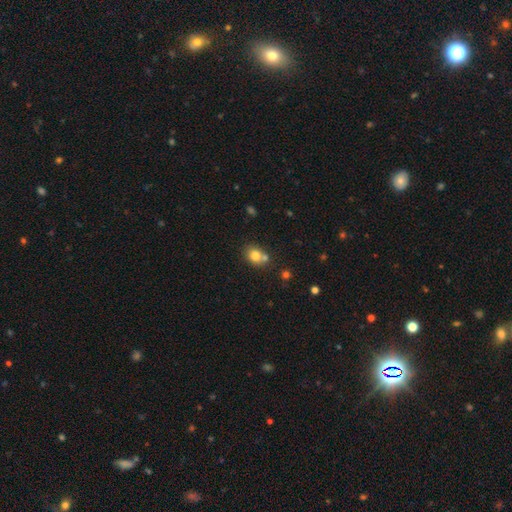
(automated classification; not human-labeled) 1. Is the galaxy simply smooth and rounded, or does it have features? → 77% smooth, 12% featured or disk, 11% star or artifact.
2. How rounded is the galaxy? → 57% round, 42% in between, 1% cigar-shaped.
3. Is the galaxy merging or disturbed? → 50% none, 35% merger, 11% minor disturbance, 3% major disturbance.